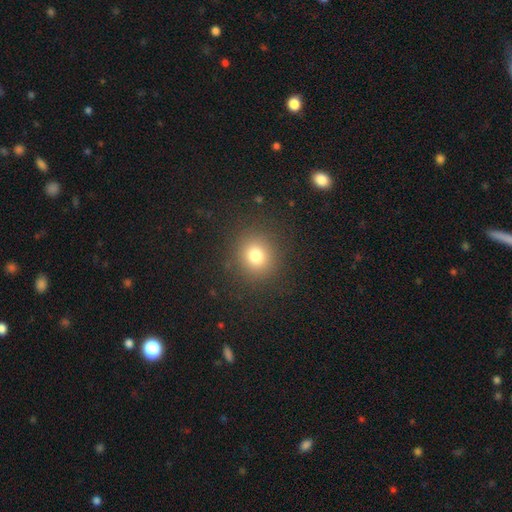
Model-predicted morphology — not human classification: Smooth or featured: smooth — 77% (star or artifact — 15%)
How rounded: round — 86% (in between — 13%)
Merging: none — 88% (minor disturbance — 7%)